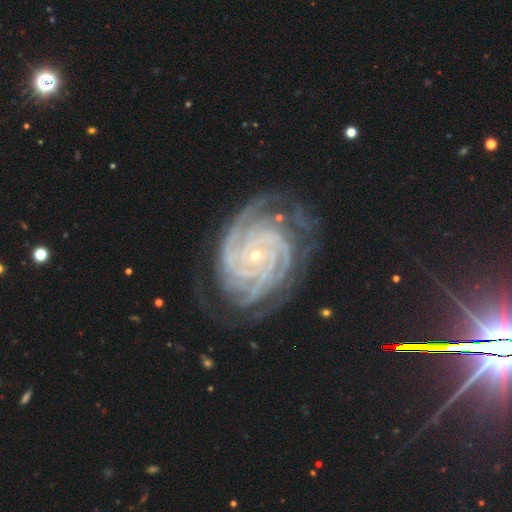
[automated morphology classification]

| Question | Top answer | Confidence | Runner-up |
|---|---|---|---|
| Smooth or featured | featured or disk | 92% | star or artifact (5%) |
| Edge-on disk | no | 98% | yes (2%) |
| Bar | no | 72% | weak (18%) |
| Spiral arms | yes | 99% | no (1%) |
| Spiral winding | tight | 82% | medium (16%) |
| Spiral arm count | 4 | 28% | more than 4 (22%) |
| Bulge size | small | 84% | moderate (13%) |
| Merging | none | 71% | minor disturbance (19%) |